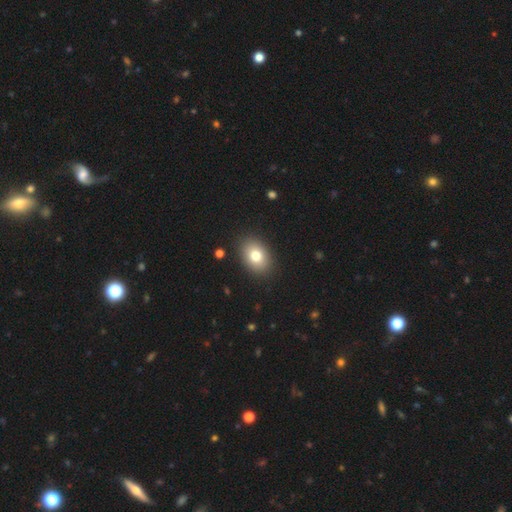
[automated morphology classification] Smooth or featured? smooth (79%)
How rounded? in between (74%)
Merging? none (89%)